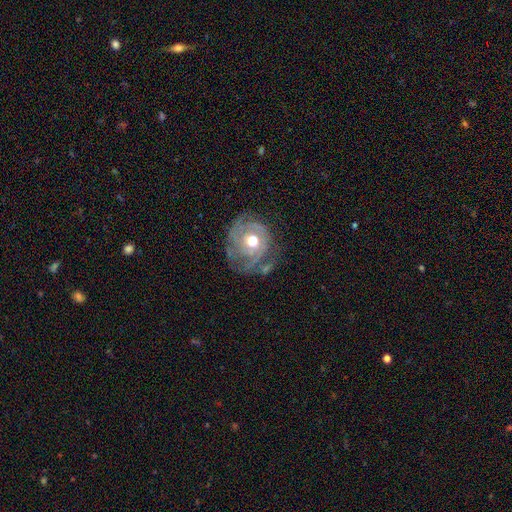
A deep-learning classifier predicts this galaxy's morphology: A featured or disk galaxy (76%) with no bar (81%), tight (67%) spiral arms (79%) and a moderate central bulge (79%).

Vote fractions:
- Smooth or featured? featured or disk: 76% / smooth: 16% / star or artifact: 8%
- Edge-on disk? no: 97% / yes: 3%
- Bar? no: 81% / weak: 15% / strong: 4%
- Spiral arms? yes: 79% / no: 21%
- Spiral winding? tight: 67% / medium: 24% / loose: 9%
- Spiral arm count? can't tell: 38% / 2: 22% / 3: 19% / 1: 8% / 4: 7% / more than 4: 6%
- Bulge size? moderate: 79% / large: 11% / small: 8% / dominant: 1% / none: 1%
- Merging? none: 61% / minor disturbance: 22% / major disturbance: 14% / merger: 3%